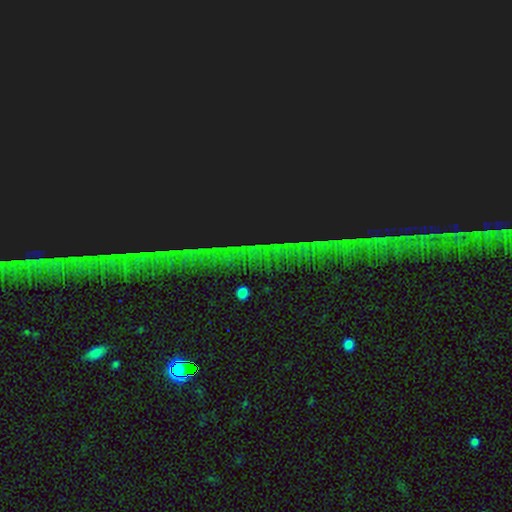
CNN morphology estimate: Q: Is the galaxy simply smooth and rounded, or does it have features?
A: star or artifact — 86%.